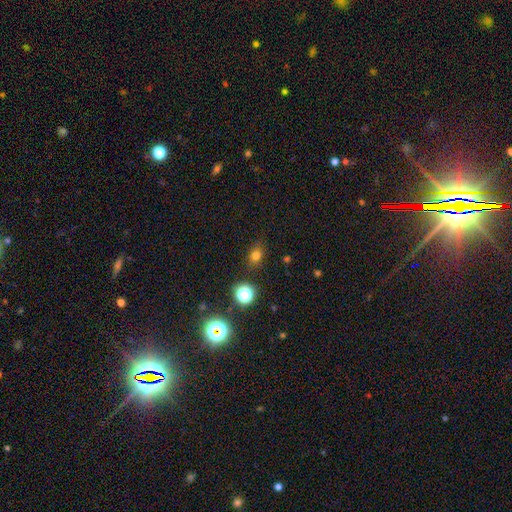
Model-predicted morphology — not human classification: A smooth galaxy with no disk features (74%) that is round (52%). Merging: none (79%).